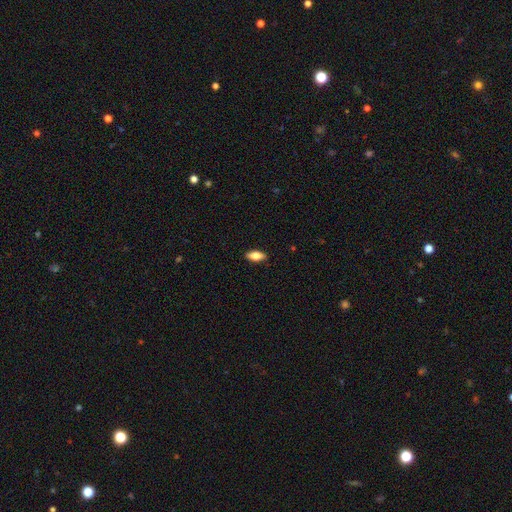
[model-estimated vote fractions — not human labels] Smooth or featured: smooth — 79% (featured or disk — 14%)
How rounded: in between — 85% (cigar-shaped — 12%)
Merging: none — 89% (minor disturbance — 8%)